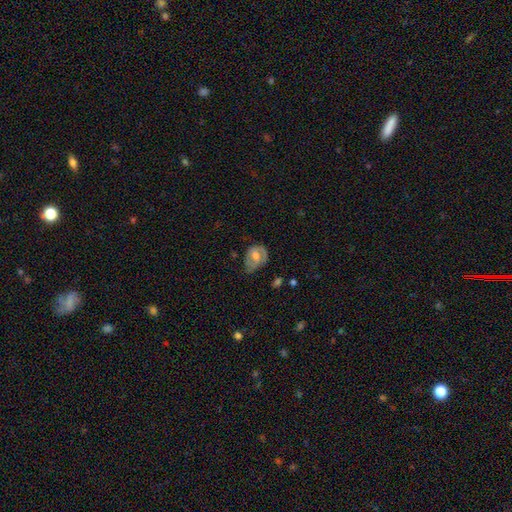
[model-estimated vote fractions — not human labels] Overall: smooth (48%; featured or disk 45%). Merging: minor disturbance (37%; none 35%).